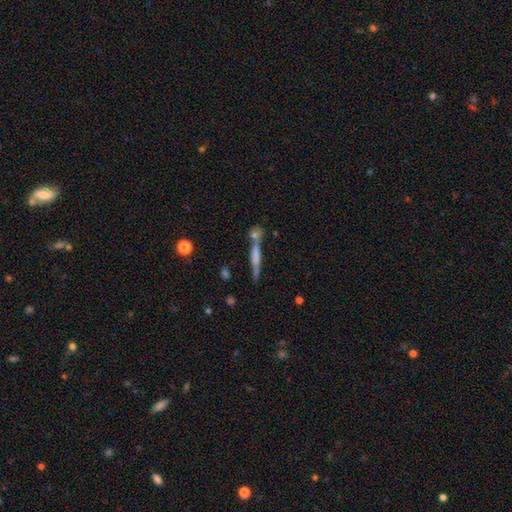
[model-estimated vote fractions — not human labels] Smooth or featured: featured or disk — 48% (smooth — 44%)
Merging: none — 69% (merger — 15%)